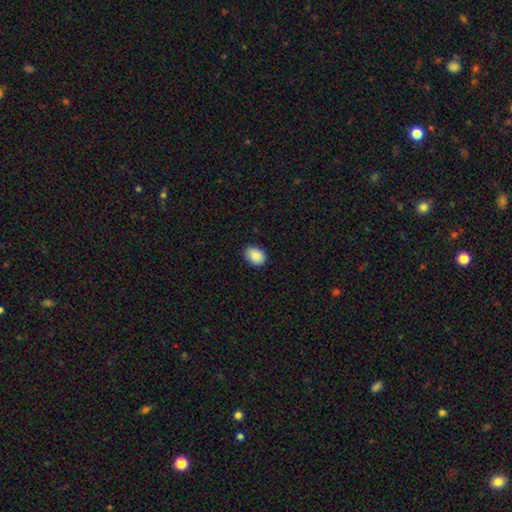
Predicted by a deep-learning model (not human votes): Smooth or featured: smooth — 90% (star or artifact — 7%)
How rounded: in between — 73% (round — 26%)
Merging: none — 88% (minor disturbance — 10%)